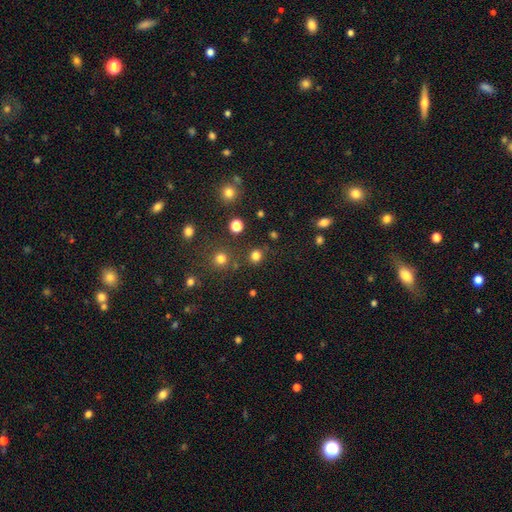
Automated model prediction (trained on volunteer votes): A smooth galaxy with no disk features (77%) that is round (86%).

Vote fractions:
- Smooth or featured? smooth: 77% / star or artifact: 19% / featured or disk: 4%
- How rounded? round: 86% / in between: 13% / cigar-shaped: 1%
- Merging? none: 83% / minor disturbance: 8% / merger: 5% / major disturbance: 3%